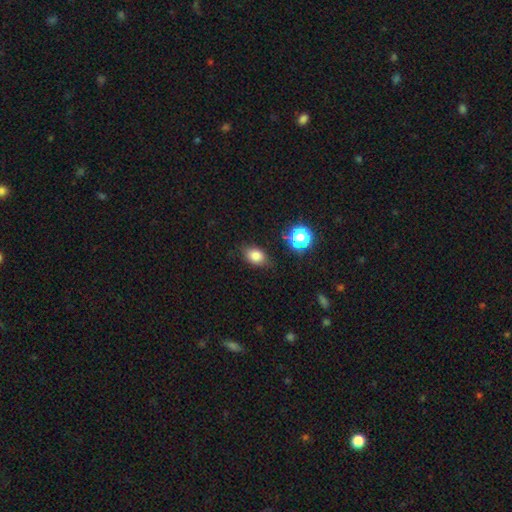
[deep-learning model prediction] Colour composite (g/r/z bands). It shows a smooth galaxy with no disk features (80%) that is in between round and cigar-shaped (73%). Merging: none (79%).